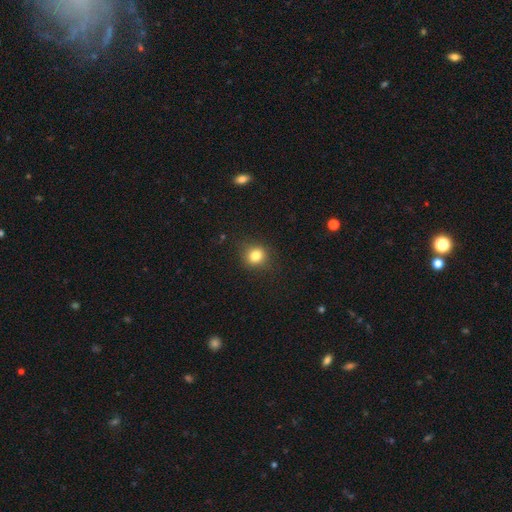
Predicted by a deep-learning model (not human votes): A smooth galaxy with no disk features (82%) that is round (82%). Merging: none (85%).